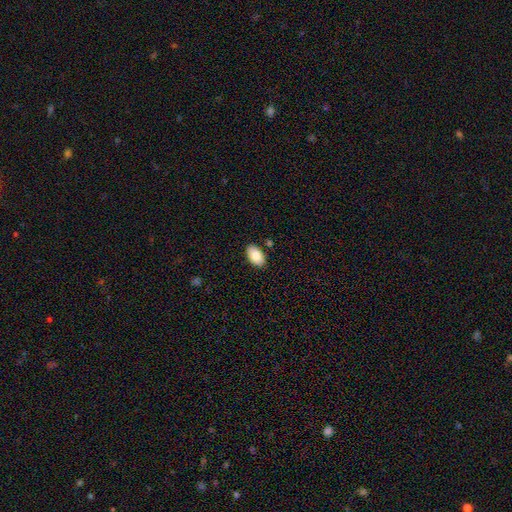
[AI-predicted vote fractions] Smooth or featured? smooth (82%)
How rounded? in between (93%)
Merging? none (86%)